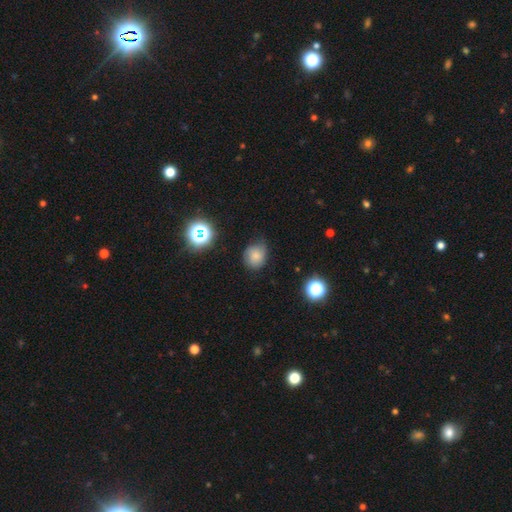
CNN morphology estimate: This is likely a smooth galaxy (75%). How rounded: likely round (69%). Merging: likely none (65%).